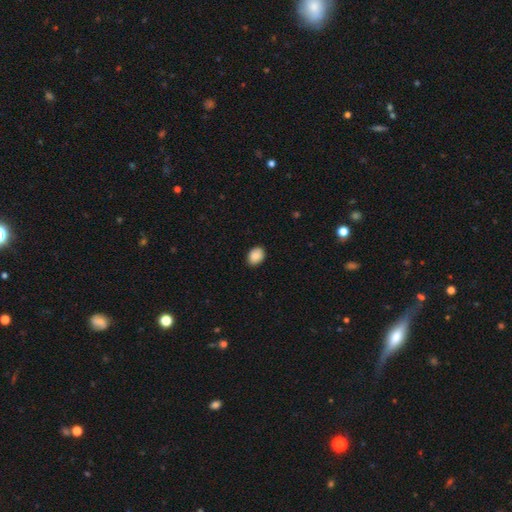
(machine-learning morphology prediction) A smooth galaxy with no disk features (89%) that is in between round and cigar-shaped (64%). Merging: none (88%).